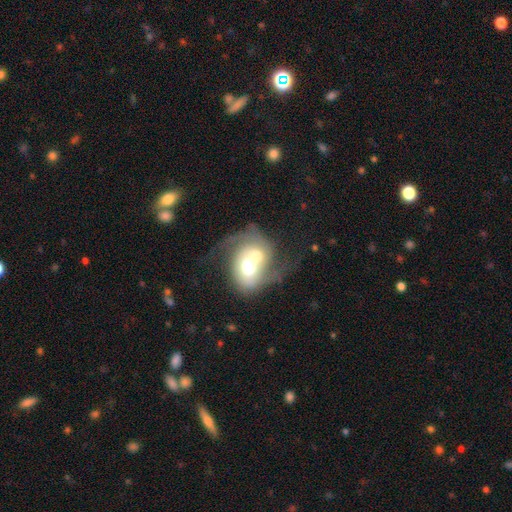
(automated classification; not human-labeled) featured or disk 55%, smooth 37%, star or artifact 8%. Down the decision tree: edge-on disk — no (96%); bar — no (80%); spiral arms — yes (58%); bulge size — moderate (60%); merging — merger (72%).